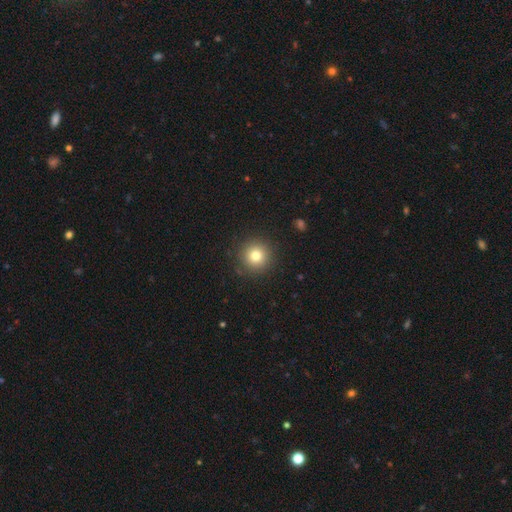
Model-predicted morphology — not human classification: This appears to be a smooth galaxy with no disk features (79%) that is round (95%). Merging: none (90%).